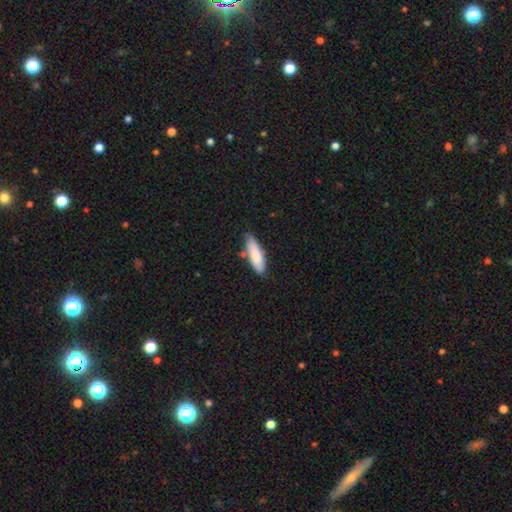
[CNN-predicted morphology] This appears to be a smooth galaxy with no disk features (81%) that is cigar-shaped (54%). Merging: none (66%).